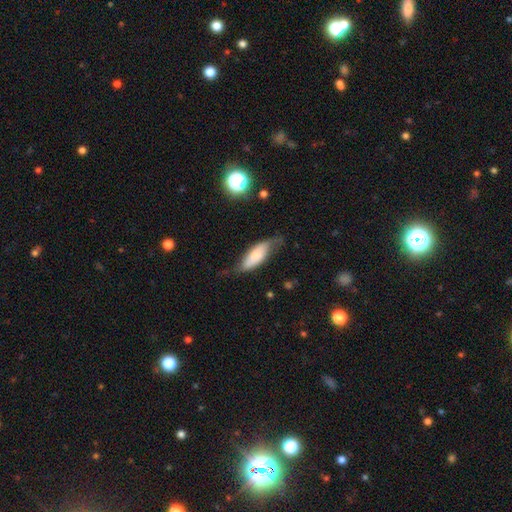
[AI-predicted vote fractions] The model was most divided on "merging": none: 50%, minor disturbance: 33%, major disturbance: 15%, merger: 2%. More confident: how rounded — in between (72%); smooth or featured — smooth (61%).